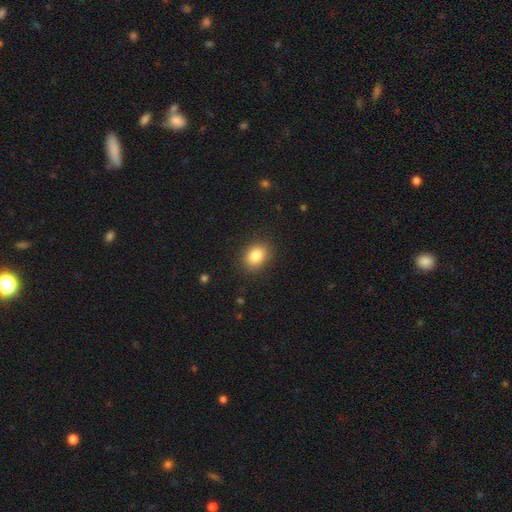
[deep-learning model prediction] The model was most divided on "how rounded": in between: 59%, round: 40%, cigar-shaped: 1%. More confident: merging — none (86%); smooth or featured — smooth (84%).